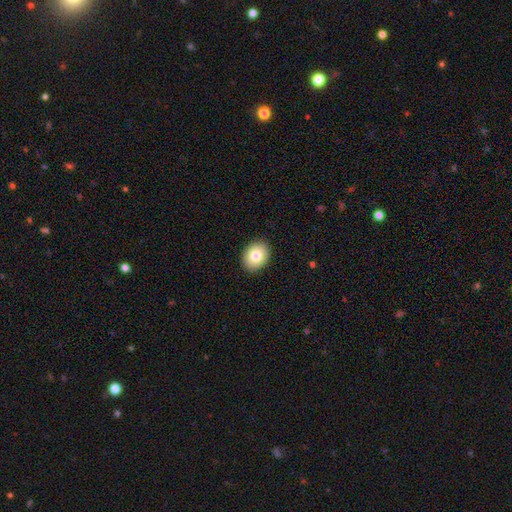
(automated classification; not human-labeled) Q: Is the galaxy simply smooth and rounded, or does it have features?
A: smooth — 81%.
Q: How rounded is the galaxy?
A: in between — 56%.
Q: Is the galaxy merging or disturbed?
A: none — 91%.